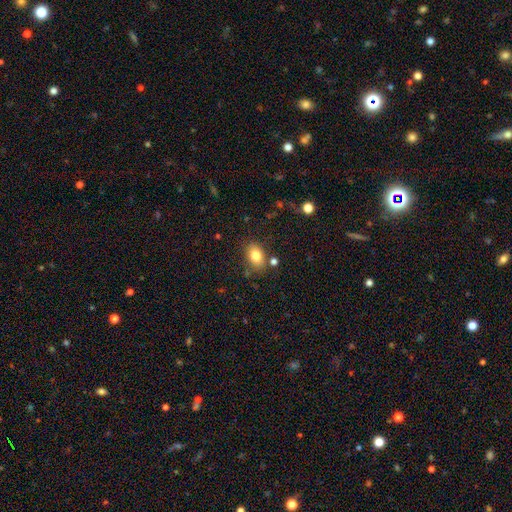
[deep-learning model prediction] Smooth or featured: smooth — 80% (featured or disk — 10%)
How rounded: in between — 79% (round — 19%)
Merging: none — 78% (minor disturbance — 13%)